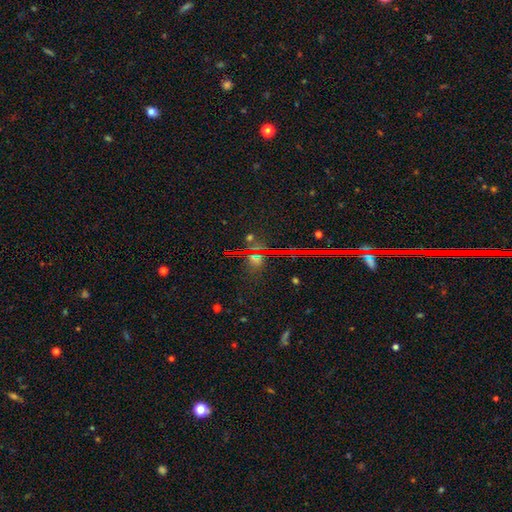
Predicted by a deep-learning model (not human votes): Morphology: type=star or artifact (68%).